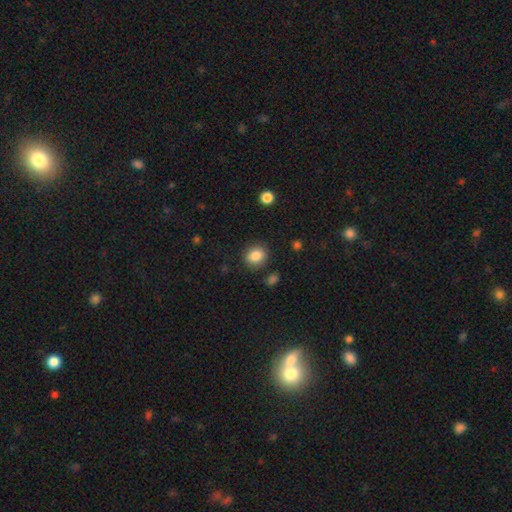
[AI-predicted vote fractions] Smooth or featured?
  - smooth: 85% *
  - star or artifact: 9%
  - featured or disk: 5%
How rounded?
  - round: 68% *
  - in between: 31%
  - cigar-shaped: 1%
Merging?
  - none: 84% *
  - minor disturbance: 10%
  - major disturbance: 3%
  - merger: 3%